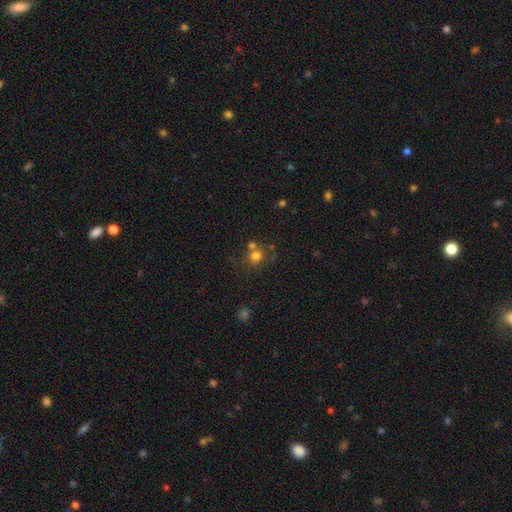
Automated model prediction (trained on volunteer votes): Smooth or featured? Predicted: smooth (p=0.76). How rounded? Predicted: round (p=0.86). Merging? Predicted: none (p=0.58).